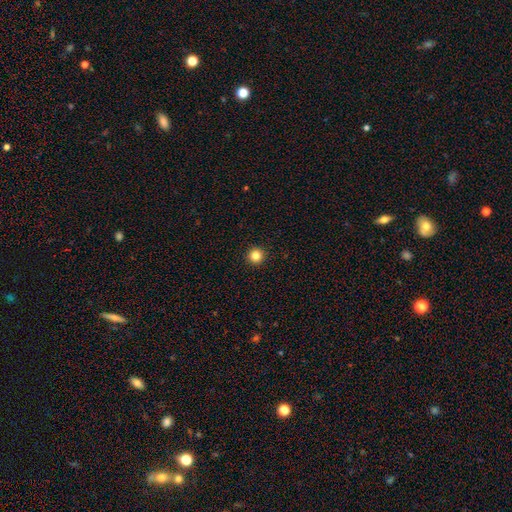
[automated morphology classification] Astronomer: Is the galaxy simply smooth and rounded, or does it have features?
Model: smooth — 84%.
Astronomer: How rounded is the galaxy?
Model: round — 97%.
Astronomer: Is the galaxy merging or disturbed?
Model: none — 94%.